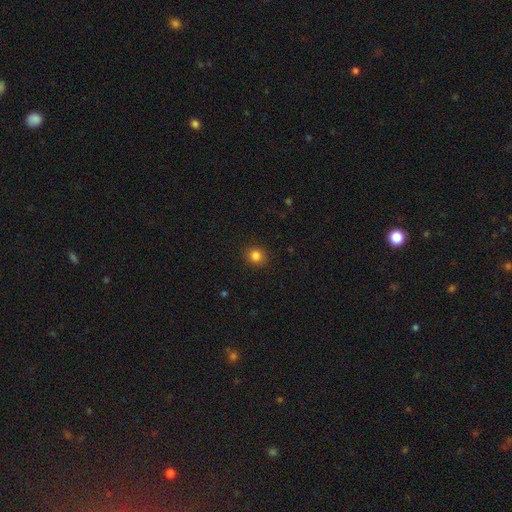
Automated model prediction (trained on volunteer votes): Smooth or featured: smooth — 84% (star or artifact — 12%)
How rounded: round — 84% (in between — 15%)
Merging: none — 91% (minor disturbance — 6%)